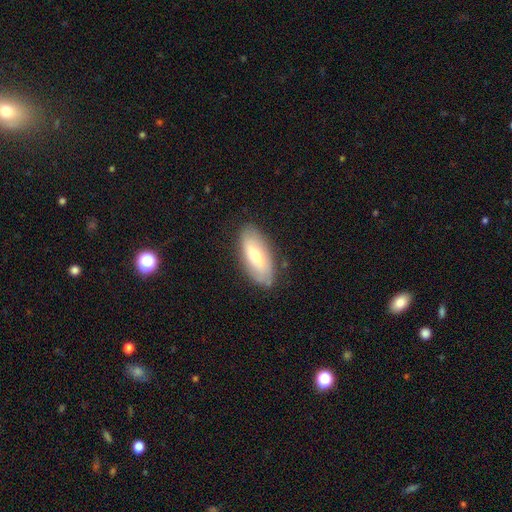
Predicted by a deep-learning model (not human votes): A smooth galaxy with no disk features (50%).

Vote fractions:
- Smooth or featured? smooth: 50% / featured or disk: 39% / star or artifact: 11%
- Merging? none: 83% / minor disturbance: 12% / major disturbance: 3% / merger: 1%